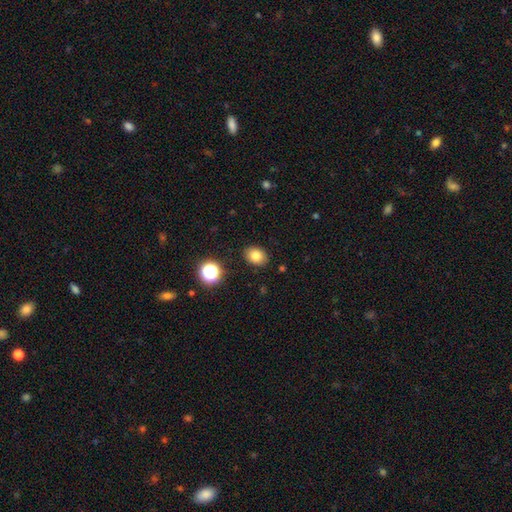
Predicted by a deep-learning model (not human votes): A smooth galaxy with no disk features (81%) that is in between round and cigar-shaped (63%).

Vote fractions:
- Smooth or featured? smooth: 81% / star or artifact: 12% / featured or disk: 8%
- How rounded? in between: 63% / round: 36% / cigar-shaped: 1%
- Merging? none: 87% / minor disturbance: 9% / major disturbance: 2% / merger: 2%